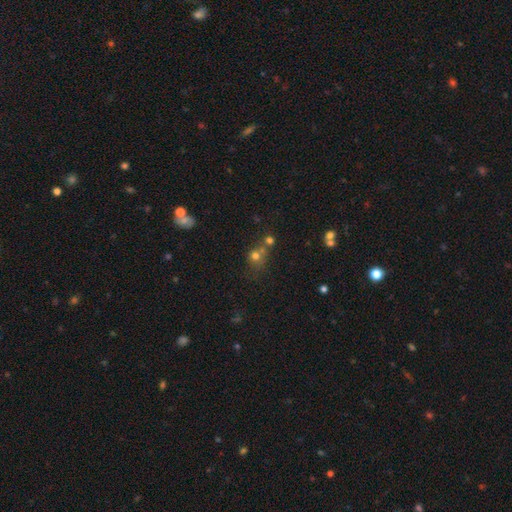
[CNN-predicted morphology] smooth 61%, star or artifact 26%, featured or disk 13%. Down the decision tree: how rounded — round (81%); merging — none (49%).